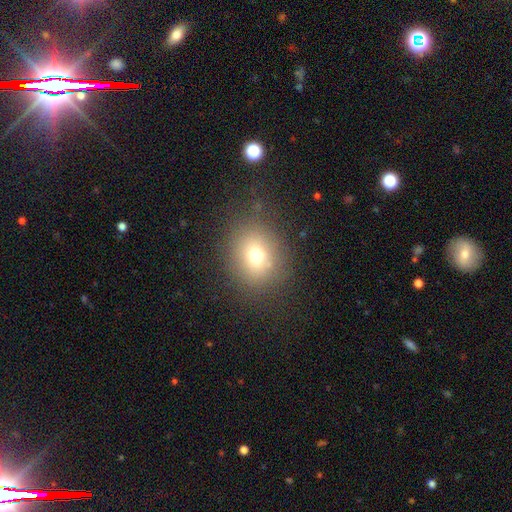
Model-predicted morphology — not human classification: A smooth galaxy with no disk features (71%) that is round (64%).

Vote fractions:
- Smooth or featured? smooth: 71% / star or artifact: 16% / featured or disk: 13%
- How rounded? round: 64% / in between: 35% / cigar-shaped: 1%
- Merging? none: 80% / minor disturbance: 12% / major disturbance: 6% / merger: 2%